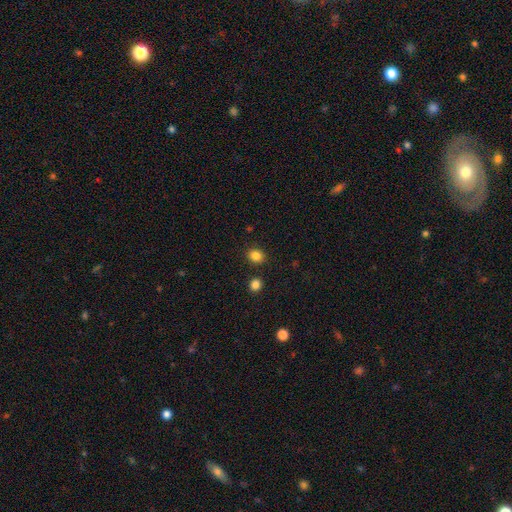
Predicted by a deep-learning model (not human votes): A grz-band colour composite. It shows a smooth galaxy with no disk features (85%) that is round (73%). Merging: none (87%).